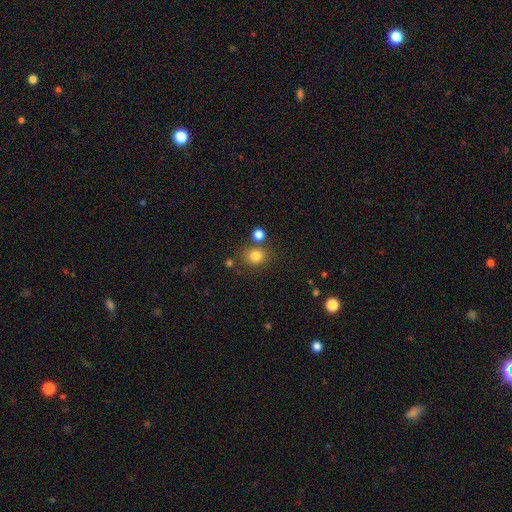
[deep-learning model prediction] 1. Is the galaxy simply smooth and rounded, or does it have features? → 81% smooth, 13% star or artifact, 6% featured or disk.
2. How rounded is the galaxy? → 78% round, 21% in between, 1% cigar-shaped.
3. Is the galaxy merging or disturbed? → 73% none, 13% merger, 10% minor disturbance, 4% major disturbance.